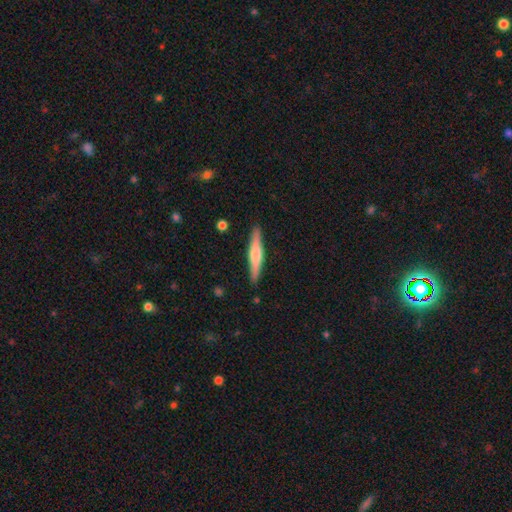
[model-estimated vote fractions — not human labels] This is possibly a featured or disk galaxy (49%). Merging: clearly none (89%).